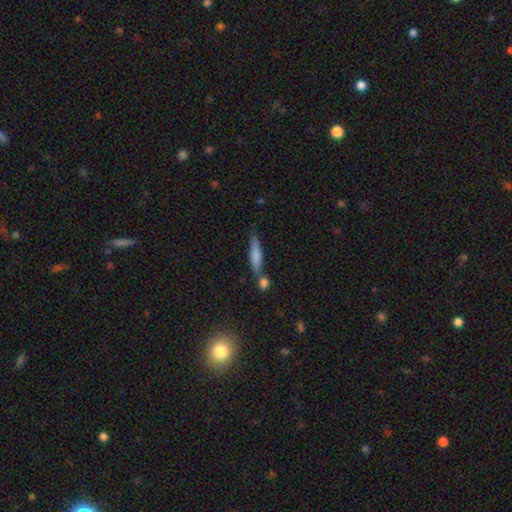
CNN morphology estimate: smooth-or-featured: smooth: 68% | featured or disk: 25% | star or artifact: 7%
  how-rounded: cigar-shaped: 81% | in between: 16% | round: 2%
  merging: none: 63% | merger: 18% | minor disturbance: 15% | major disturbance: 4%